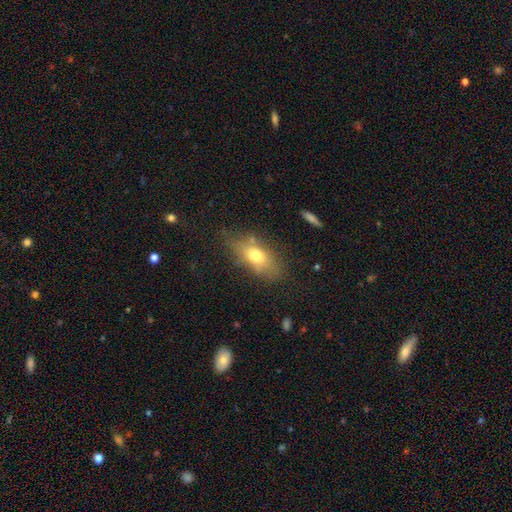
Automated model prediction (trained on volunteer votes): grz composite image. It shows a smooth galaxy with no disk features (68%) that is in between round and cigar-shaped (80%). Merging: none (69%).